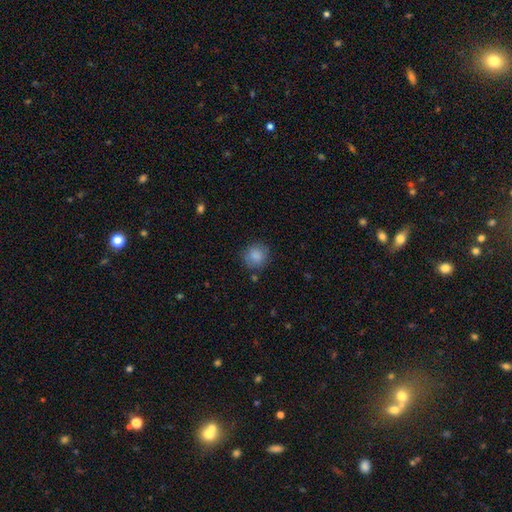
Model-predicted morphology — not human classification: The model was most divided on "merging": none: 82%, minor disturbance: 12%, major disturbance: 4%, merger: 2%. More confident: how rounded — round (89%); smooth or featured — smooth (86%).